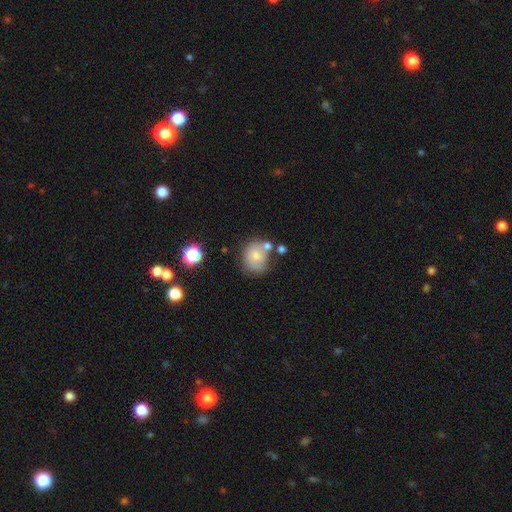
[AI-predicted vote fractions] Q: Smooth or featured?
A: smooth (70%); runner-up: featured or disk (19%)
Q: How rounded?
A: round (68%); runner-up: in between (31%)
Q: Merging?
A: none (47%); runner-up: minor disturbance (23%)